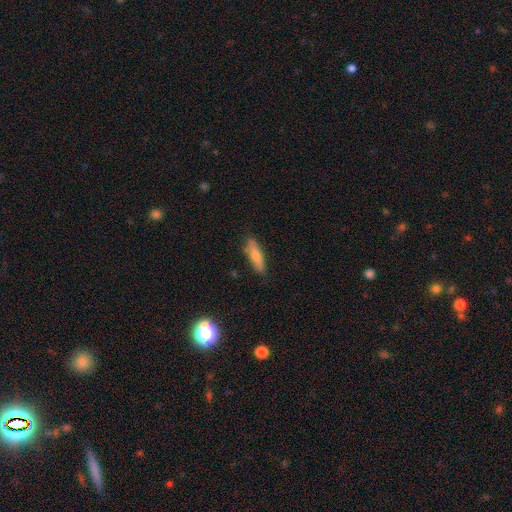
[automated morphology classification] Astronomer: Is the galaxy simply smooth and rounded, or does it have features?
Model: smooth — 73%.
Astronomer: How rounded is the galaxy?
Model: cigar-shaped — 67%.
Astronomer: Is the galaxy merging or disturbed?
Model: none — 80%.